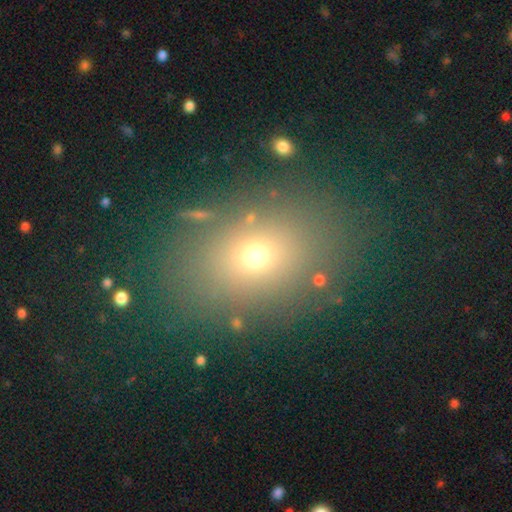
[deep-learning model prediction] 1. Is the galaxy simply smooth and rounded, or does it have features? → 66% smooth, 22% star or artifact, 12% featured or disk.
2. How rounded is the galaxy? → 59% in between, 40% round, 1% cigar-shaped.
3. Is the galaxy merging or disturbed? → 82% none, 9% minor disturbance, 5% major disturbance, 3% merger.